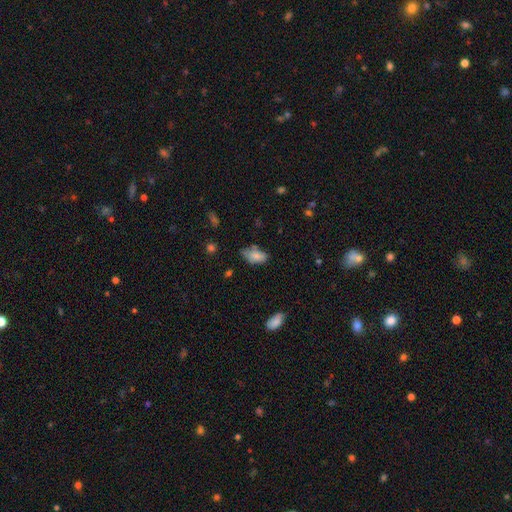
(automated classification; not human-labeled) This appears to be a smooth galaxy with no disk features (77%) that is in between round and cigar-shaped (92%). Merging: none (53%).